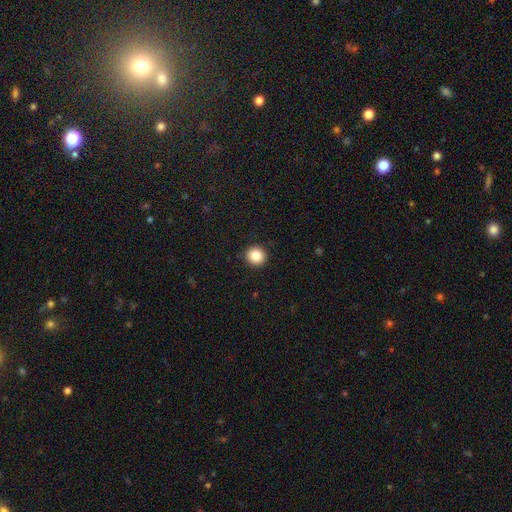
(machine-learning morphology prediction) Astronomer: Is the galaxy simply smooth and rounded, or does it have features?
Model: smooth — 87%.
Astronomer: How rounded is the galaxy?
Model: round — 94%.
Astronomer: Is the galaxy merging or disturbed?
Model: none — 93%.